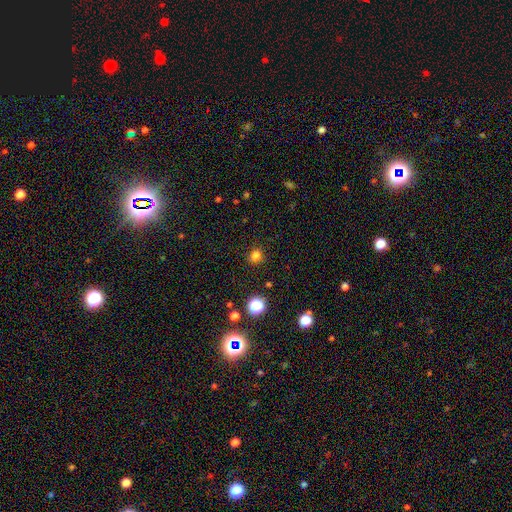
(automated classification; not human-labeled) Q: Smooth or featured?
A: smooth (80%); runner-up: star or artifact (16%)
Q: How rounded?
A: round (75%); runner-up: in between (24%)
Q: Merging?
A: none (87%); runner-up: minor disturbance (9%)